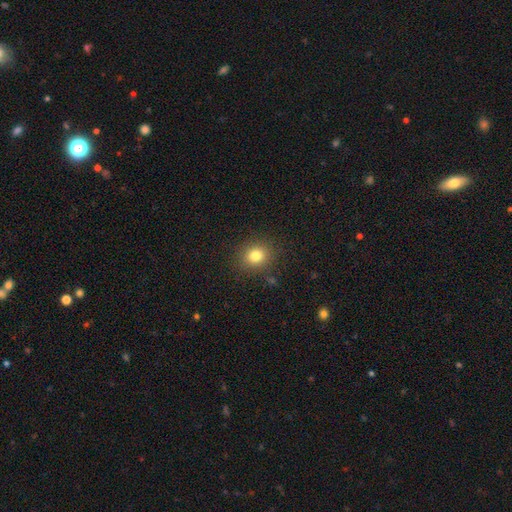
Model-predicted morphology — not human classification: This appears to be a smooth galaxy with no disk features (80%) that is round (76%). Merging: none (87%).